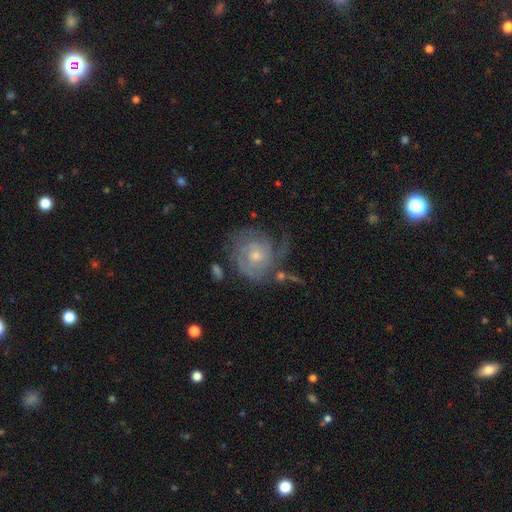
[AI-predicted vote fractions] smooth_or_featured: featured or disk (p=0.84) [alt: smooth p=0.10]
disk_edge_on: no (p=0.98) [alt: yes p=0.02]
bar: no (p=0.72) [alt: weak p=0.24]
has_spiral_arms: yes (p=0.95) [alt: no p=0.05]
spiral_winding: tight (p=0.70) [alt: medium p=0.24]
spiral_arm_count: can't tell (p=0.31) [alt: 2 p=0.29]
bulge_size: small (p=0.63) [alt: moderate p=0.32]
merging: none (p=0.57) [alt: minor disturbance p=0.21]